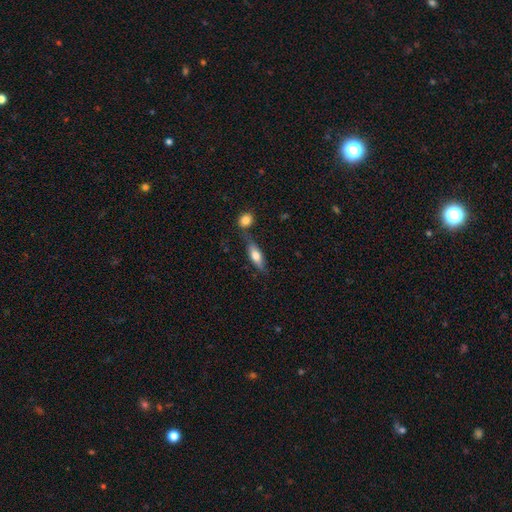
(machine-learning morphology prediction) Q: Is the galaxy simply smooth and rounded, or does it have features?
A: smooth — 66%.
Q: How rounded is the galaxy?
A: in between — 61%.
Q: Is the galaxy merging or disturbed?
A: none — 62%.